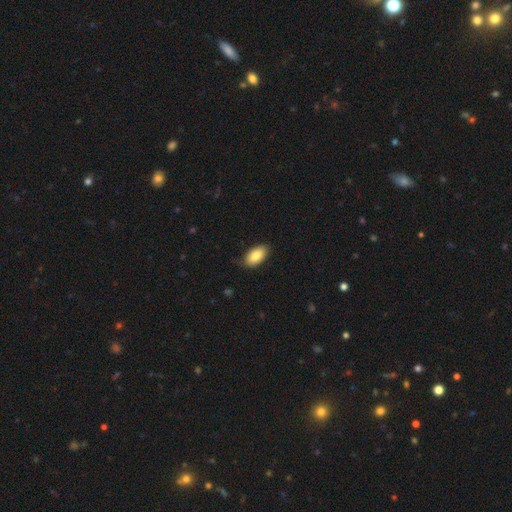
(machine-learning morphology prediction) Smooth or featured: smooth — 84% (featured or disk — 10%)
How rounded: in between — 94% (round — 4%)
Merging: none — 80% (minor disturbance — 16%)